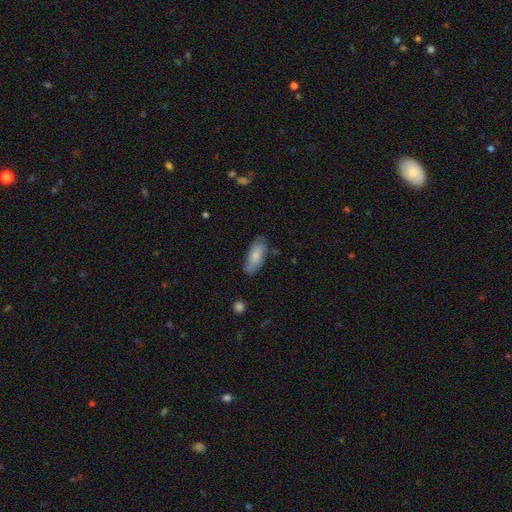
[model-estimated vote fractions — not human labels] smooth-or-featured: smooth: 78% | featured or disk: 16% | star or artifact: 6%
  how-rounded: in between: 80% | cigar-shaped: 19% | round: 2%
  merging: none: 70% | minor disturbance: 23% | major disturbance: 5% | merger: 2%